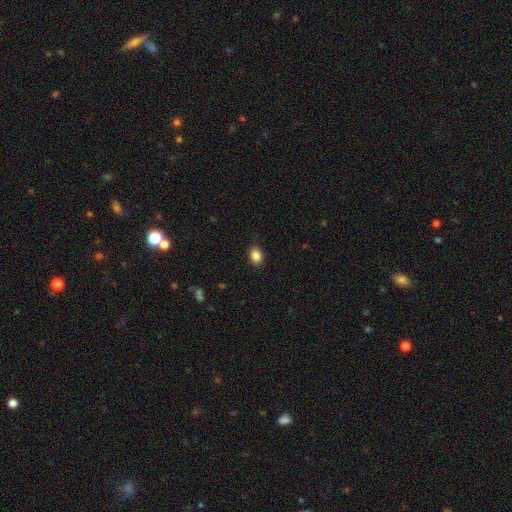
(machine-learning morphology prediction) Smooth or featured? Predicted: smooth (p=0.86). How rounded? Predicted: in between (p=0.72). Merging? Predicted: none (p=0.88).